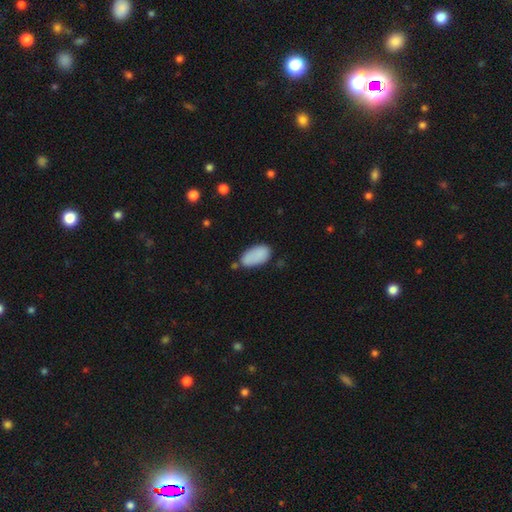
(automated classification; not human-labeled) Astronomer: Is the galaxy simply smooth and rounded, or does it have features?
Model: smooth — 86%.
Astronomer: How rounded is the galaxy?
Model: in between — 94%.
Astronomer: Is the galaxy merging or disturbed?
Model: none — 64%.